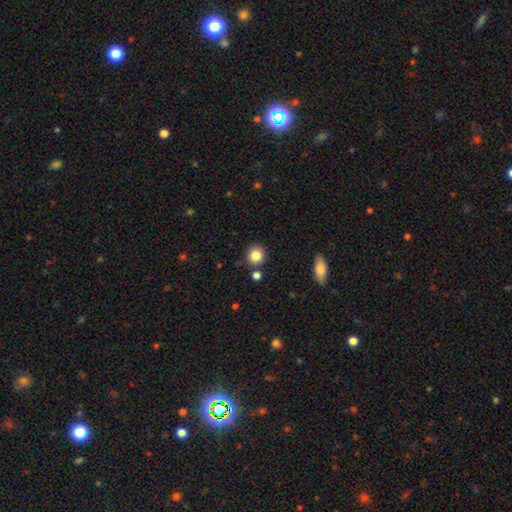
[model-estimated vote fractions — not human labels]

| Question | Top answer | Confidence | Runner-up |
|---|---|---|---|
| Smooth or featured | smooth | 84% | star or artifact (10%) |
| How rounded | round | 86% | in between (13%) |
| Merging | none | 82% | minor disturbance (9%) |